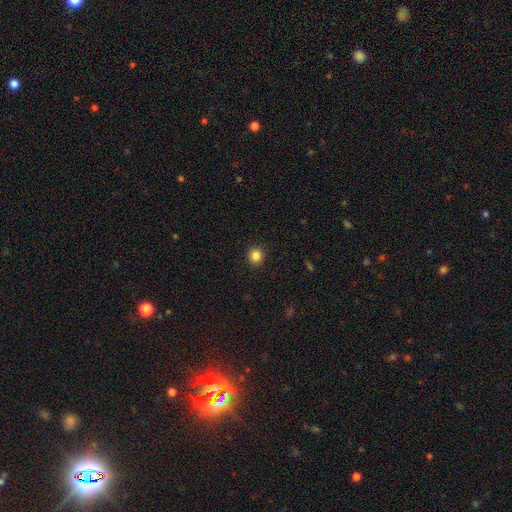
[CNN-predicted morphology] type=smooth (85%); roundness=round (92%); merging=none (91%).